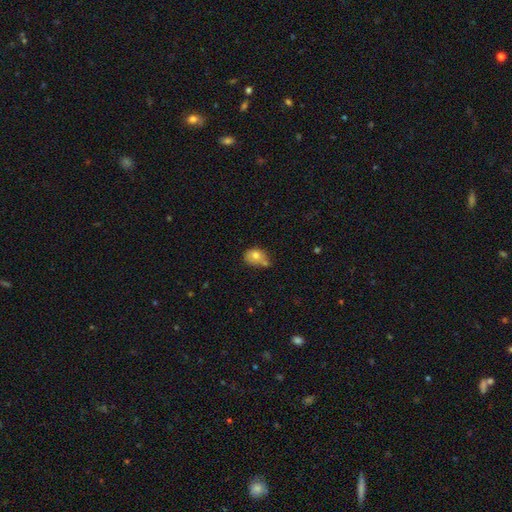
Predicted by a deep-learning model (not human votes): smooth 73%, featured or disk 17%, star or artifact 9%. Down the decision tree: how rounded — in between (58%); merging — none (39%).